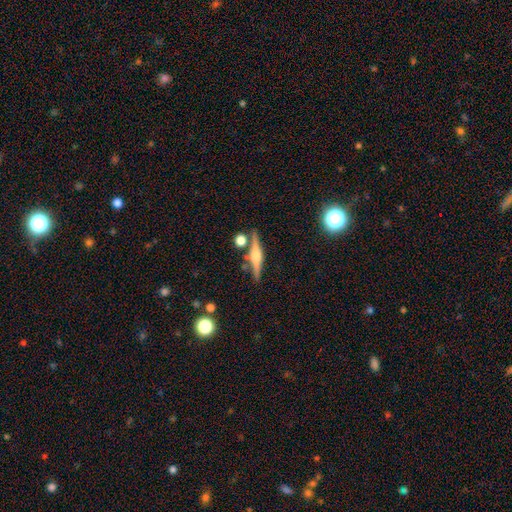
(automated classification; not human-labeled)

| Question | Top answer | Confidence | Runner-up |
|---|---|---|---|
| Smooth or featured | featured or disk | 70% | smooth (23%) |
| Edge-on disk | yes | 97% | no (3%) |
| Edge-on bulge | rounded | 85% | boxy (11%) |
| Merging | none | 81% | minor disturbance (9%) |